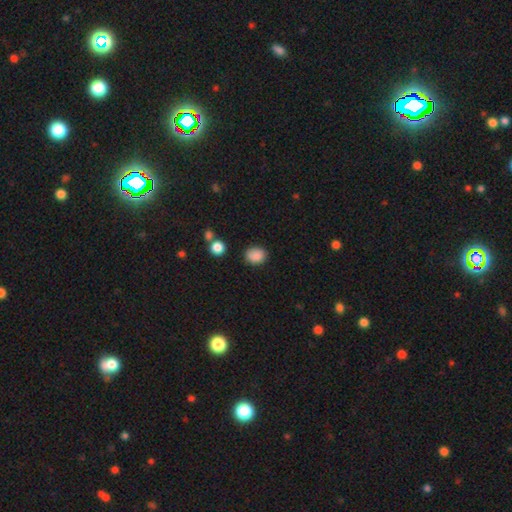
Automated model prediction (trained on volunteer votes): smooth 86%, star or artifact 10%, featured or disk 4%. Down the decision tree: how rounded — round (54%); merging — none (80%).